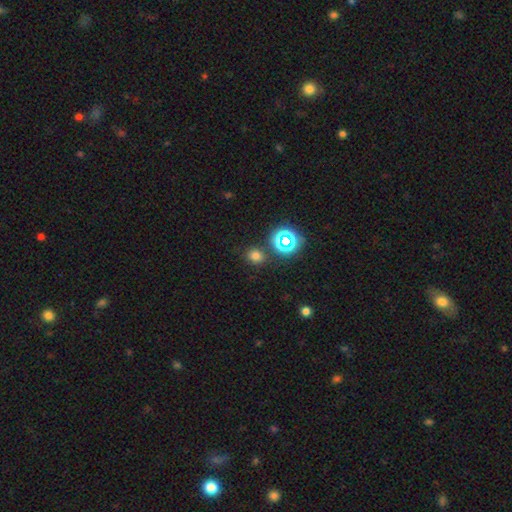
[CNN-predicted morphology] Smooth or featured? smooth (69%)
How rounded? round (74%)
Merging? none (83%)